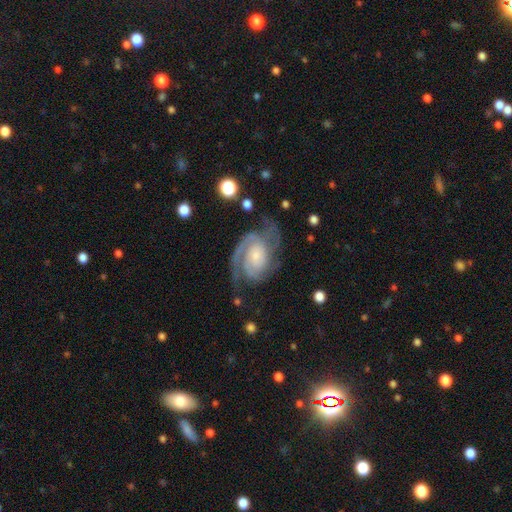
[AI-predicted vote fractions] A featured or disk galaxy (90%) with no bar (68%), 2 (66%) tight (54%) spiral arms (98%) and a small central bulge (61%).

Vote fractions:
- Smooth or featured? featured or disk: 90% / smooth: 5% / star or artifact: 4%
- Edge-on disk? no: 98% / yes: 2%
- Bar? no: 68% / weak: 24% / strong: 8%
- Spiral arms? yes: 98% / no: 2%
- Spiral winding? tight: 54% / medium: 37% / loose: 8%
- Spiral arm count? 2: 66% / 3: 14% / can't tell: 9% / 1: 5% / 4: 4% / more than 4: 3%
- Bulge size? small: 61% / moderate: 22% / none: 8% / large: 7% / dominant: 2%
- Merging? none: 67% / minor disturbance: 18% / major disturbance: 13% / merger: 2%